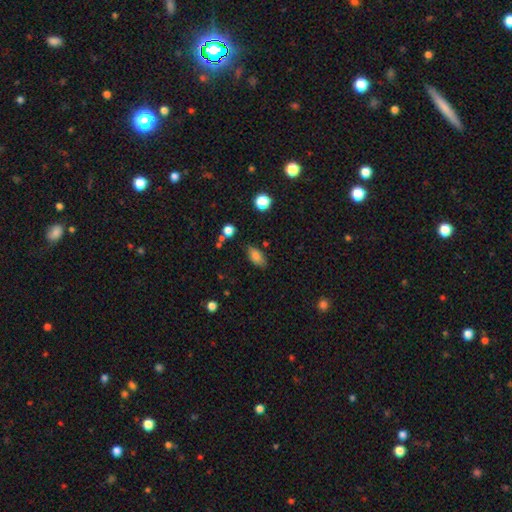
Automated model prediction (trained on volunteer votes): Smooth or featured: smooth — 81% (star or artifact — 10%)
How rounded: in between — 88% (cigar-shaped — 7%)
Merging: none — 78% (minor disturbance — 15%)